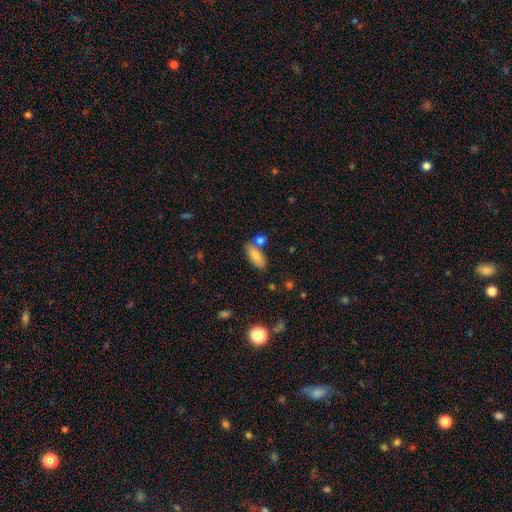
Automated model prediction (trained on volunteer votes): A smooth galaxy with no disk features (82%) that is in between round and cigar-shaped (81%).

Vote fractions:
- Smooth or featured? smooth: 82% / featured or disk: 11% / star or artifact: 7%
- How rounded? in between: 81% / cigar-shaped: 16% / round: 3%
- Merging? none: 66% / merger: 17% / minor disturbance: 14% / major disturbance: 4%